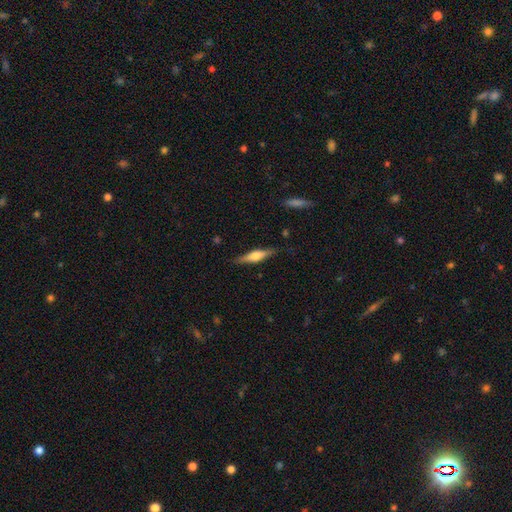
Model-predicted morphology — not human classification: This is possibly a featured or disk galaxy (56%). It is clearly viewed edge-on (96%). Edge-on bulge: clearly rounded (87%). Merging: clearly none (85%).